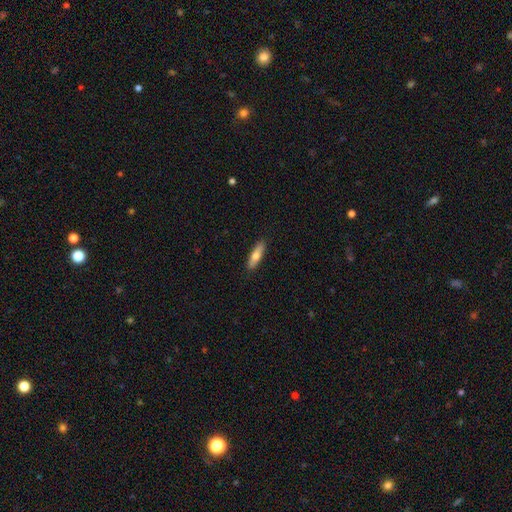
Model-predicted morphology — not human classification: Overall: smooth (66%; featured or disk 28%). How rounded: cigar-shaped (62%; in between 35%). Merging: none (90%).